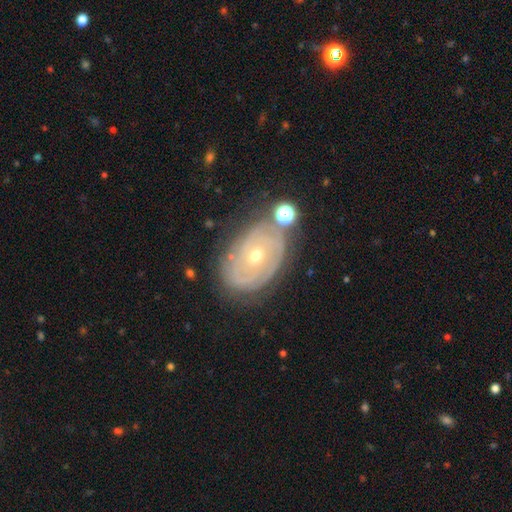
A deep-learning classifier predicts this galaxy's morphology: smooth-or-featured: featured or disk: 79% | smooth: 13% | star or artifact: 7%
  disk-edge-on: no: 95% | yes: 5%
    bar: no: 78% | weak: 17% | strong: 5%
    has-spiral-arms: yes: 82% | no: 18%
      spiral-winding: tight: 78% | medium: 17% | loose: 5%
      spiral-arm-count: can't tell: 46% | 2: 25% | 3: 14% | 4: 6% | 1: 5% | more than 4: 4%
    bulge-size: small: 52% | moderate: 46% | large: 1% | none: 1% | dominant: 1%
  merging: none: 68% | minor disturbance: 19% | major disturbance: 7% | merger: 6%